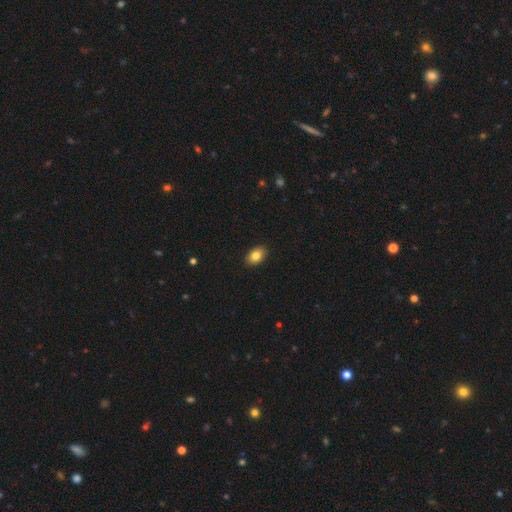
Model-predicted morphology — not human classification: Overall: smooth (84%). How rounded: in between (87%). Merging: none (90%).